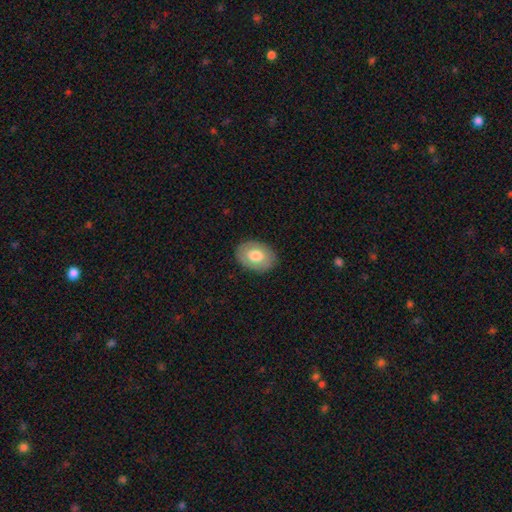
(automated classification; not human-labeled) This is likely a smooth galaxy (70%). How rounded: likely in between (79%). Merging: clearly none (85%).